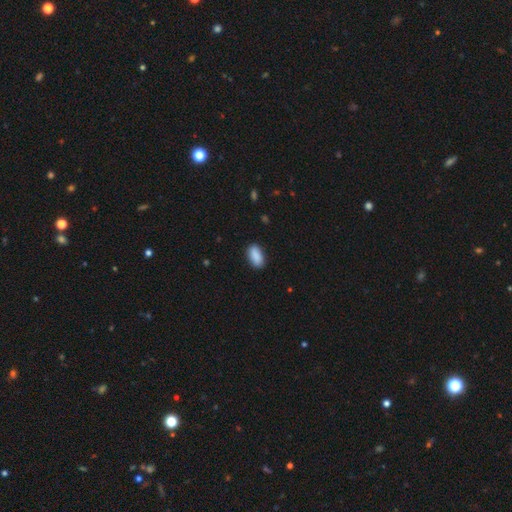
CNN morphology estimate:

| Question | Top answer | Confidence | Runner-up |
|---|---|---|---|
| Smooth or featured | smooth | 90% | star or artifact (7%) |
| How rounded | in between | 91% | cigar-shaped (6%) |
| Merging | none | 86% | minor disturbance (10%) |